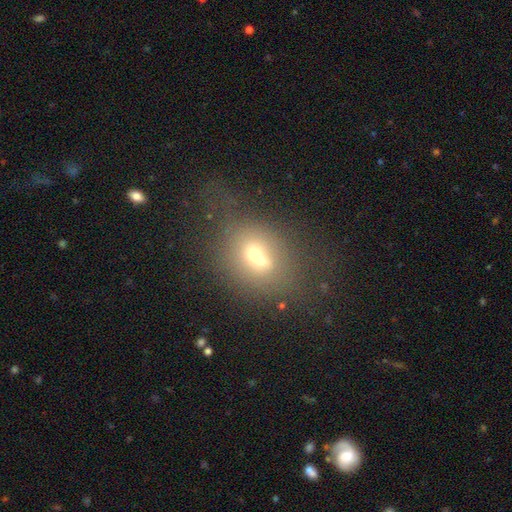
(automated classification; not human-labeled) Smooth or featured? smooth (55%)
How rounded? in between (55%)
Merging? merger (44%)